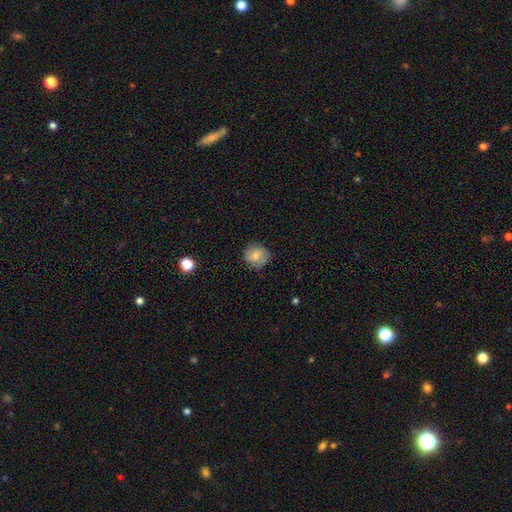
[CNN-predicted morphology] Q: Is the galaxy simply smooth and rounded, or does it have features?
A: smooth — 78%.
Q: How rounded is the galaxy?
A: round — 85%.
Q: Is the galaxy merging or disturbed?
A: none — 79%.